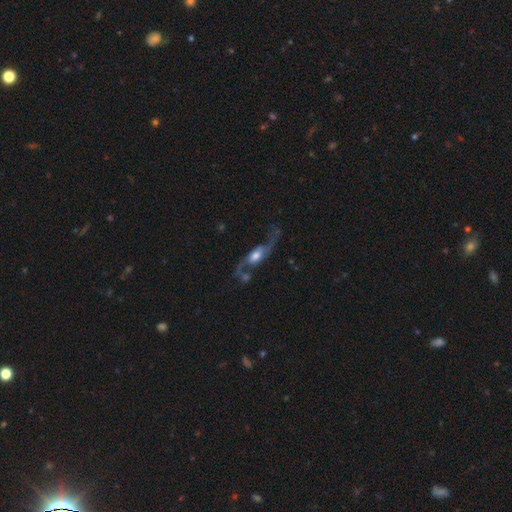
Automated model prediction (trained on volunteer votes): Morphology: type=featured or disk (85%); edge-on=no (88%); bar=no (48%); spiral arms=yes (95%); winding=loose (83%); arm count=2 (92%); bulge=moderate (52%); merging=none (59%).